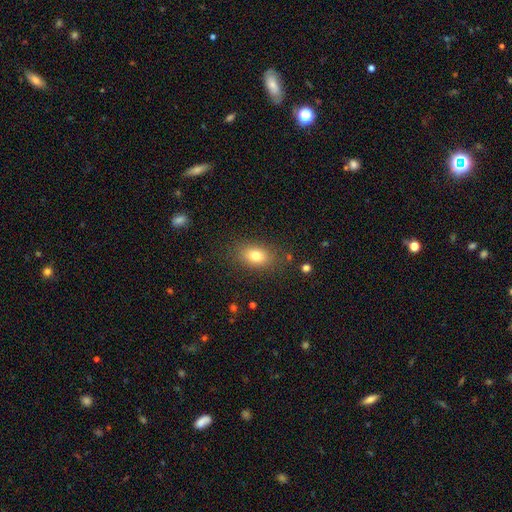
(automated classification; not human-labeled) smooth 78%, featured or disk 11%, star or artifact 11%. Down the decision tree: how rounded — in between (81%); merging — none (83%).